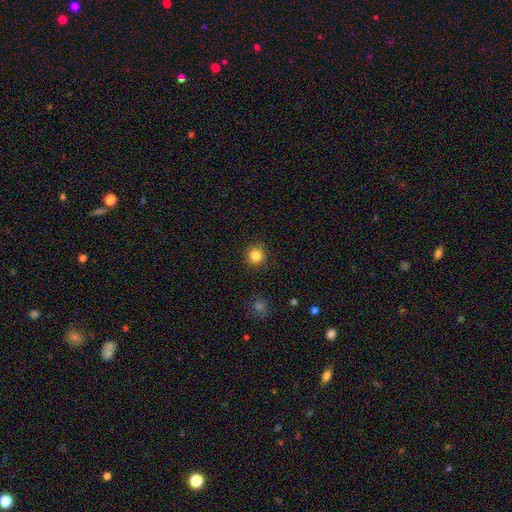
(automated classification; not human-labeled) This appears to be a smooth galaxy with no disk features (85%) that is round (95%). Merging: none (90%).